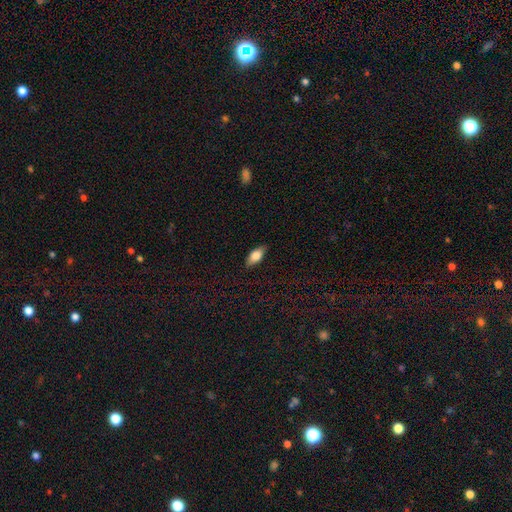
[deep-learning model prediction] Q: Smooth or featured?
A: smooth (80%); runner-up: featured or disk (13%)
Q: How rounded?
A: in between (87%); runner-up: cigar-shaped (10%)
Q: Merging?
A: none (85%); runner-up: minor disturbance (12%)